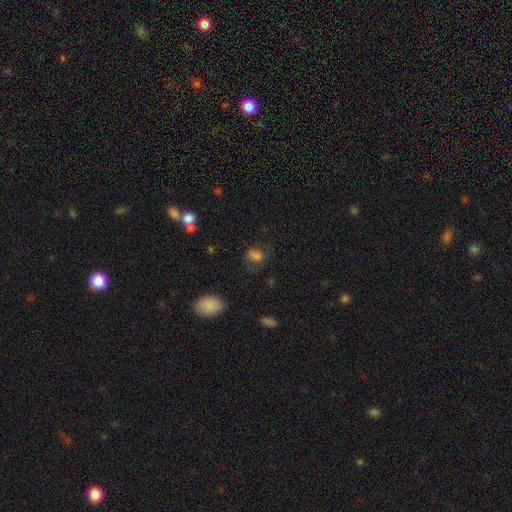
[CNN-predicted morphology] Smooth or featured?
  - smooth: 74% *
  - star or artifact: 15%
  - featured or disk: 11%
How rounded?
  - in between: 65% *
  - round: 33%
  - cigar-shaped: 2%
Merging?
  - none: 56% *
  - minor disturbance: 23%
  - major disturbance: 18%
  - merger: 3%